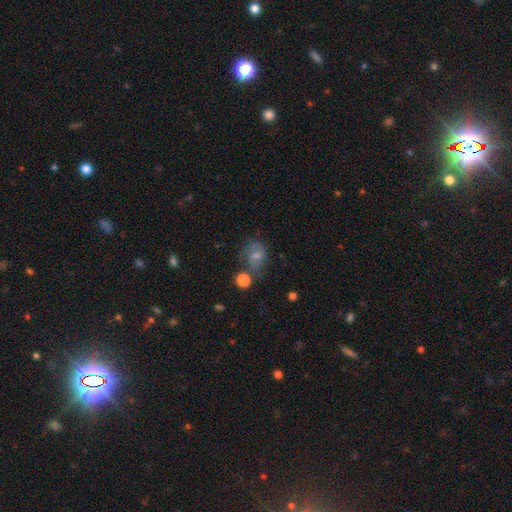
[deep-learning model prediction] The model was most divided on "how rounded": in between: 50%, round: 49%, cigar-shaped: 1%. Remaining: smooth or featured — smooth (52%); merging — none (40%).